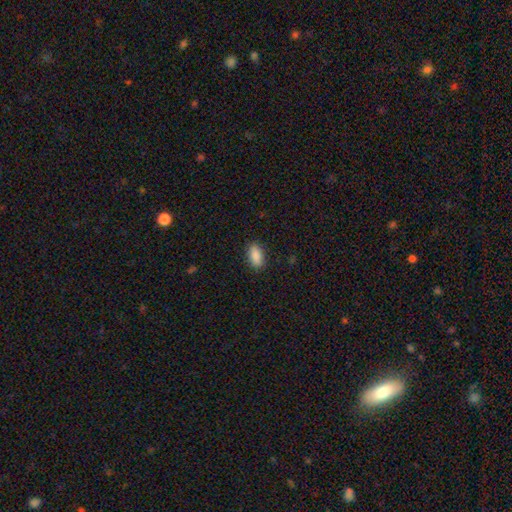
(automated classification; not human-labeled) smooth 89%, star or artifact 7%, featured or disk 4%. Down the decision tree: how rounded — in between (90%); merging — none (88%).